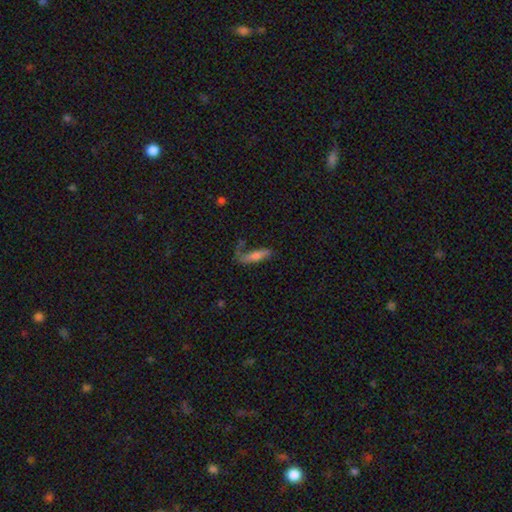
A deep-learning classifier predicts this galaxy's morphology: type=smooth (64%); roundness=cigar-shaped (71%); merging=none (53%).